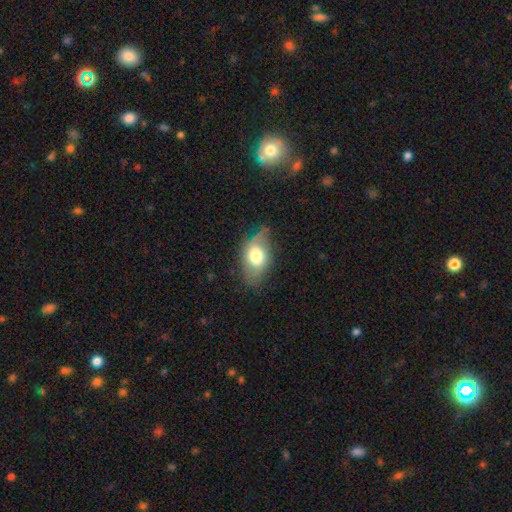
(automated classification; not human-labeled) A smooth galaxy with no disk features (67%) that is in between round and cigar-shaped (86%).

Vote fractions:
- Smooth or featured? smooth: 67% / featured or disk: 26% / star or artifact: 8%
- How rounded? in between: 86% / round: 11% / cigar-shaped: 3%
- Merging? none: 55% / minor disturbance: 31% / major disturbance: 11% / merger: 2%